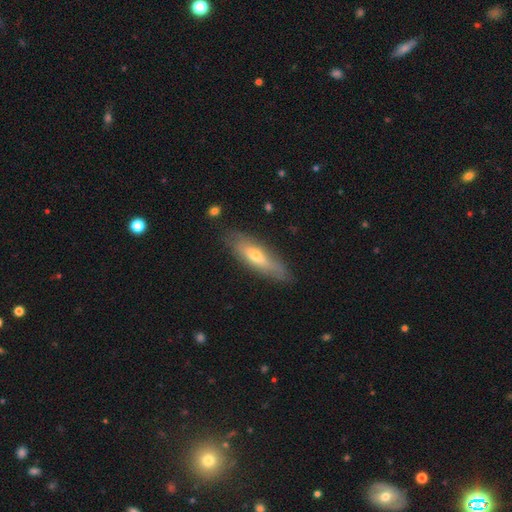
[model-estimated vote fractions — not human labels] Smooth or featured: smooth — 49% (featured or disk — 42%)
Merging: none — 83% (minor disturbance — 13%)